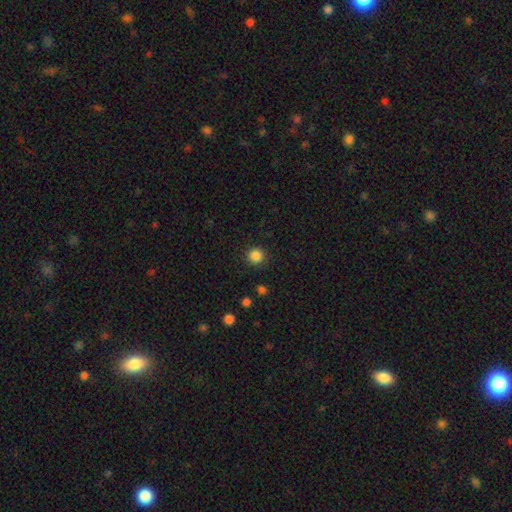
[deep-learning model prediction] This appears to be a smooth galaxy with no disk features (86%) that is round (95%). Merging: none (90%).